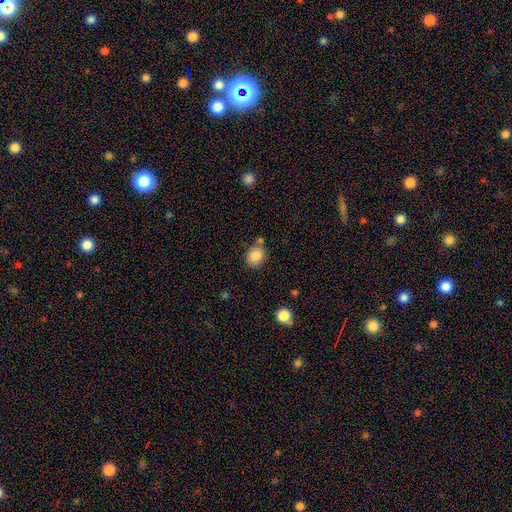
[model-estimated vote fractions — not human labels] Overall: smooth (85%). How rounded: round (59%; in between 40%). Merging: none (73%).